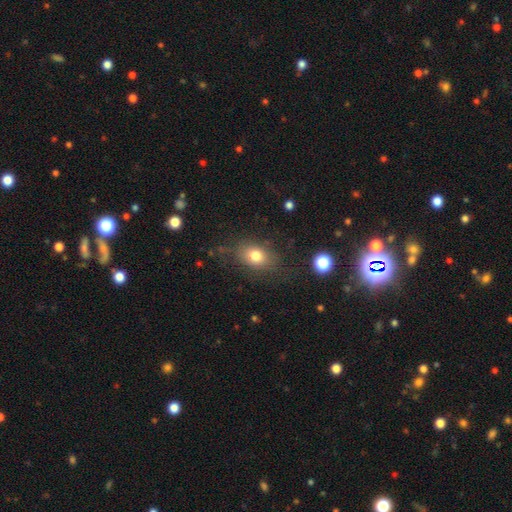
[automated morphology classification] Smooth or featured? Predicted: smooth (p=0.76). How rounded? Predicted: in between (p=0.69). Merging? Predicted: none (p=0.76).